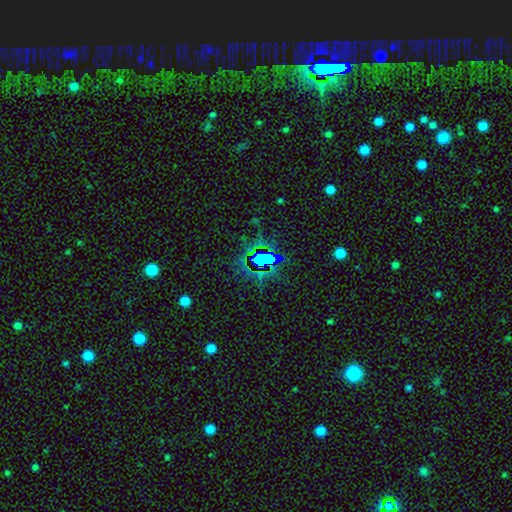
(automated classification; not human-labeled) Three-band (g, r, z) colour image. It shows a star or artifact, not a galaxy (73%).